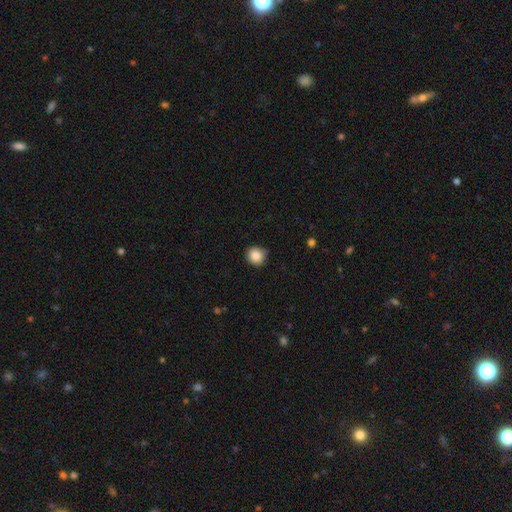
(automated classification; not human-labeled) A smooth galaxy with no disk features (86%) that is round (89%). Merging: none (84%).